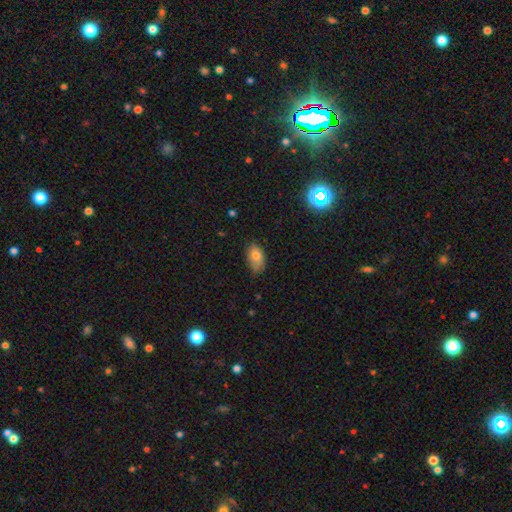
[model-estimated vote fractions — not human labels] A smooth galaxy with no disk features (78%) that is in between round and cigar-shaped (92%).

Vote fractions:
- Smooth or featured? smooth: 78% / featured or disk: 13% / star or artifact: 9%
- How rounded? in between: 92% / round: 6% / cigar-shaped: 2%
- Merging? none: 63% / minor disturbance: 30% / major disturbance: 5% / merger: 2%